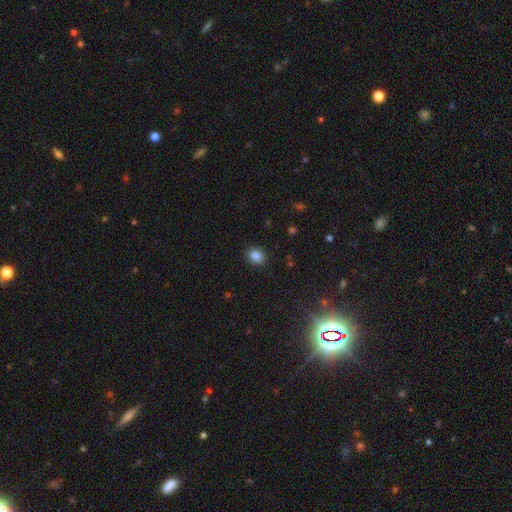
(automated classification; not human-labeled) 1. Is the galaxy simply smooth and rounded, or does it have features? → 86% smooth, 10% star or artifact, 4% featured or disk.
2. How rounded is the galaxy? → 57% round, 42% in between, 1% cigar-shaped.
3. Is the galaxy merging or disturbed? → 89% none, 8% minor disturbance, 2% major disturbance, 1% merger.